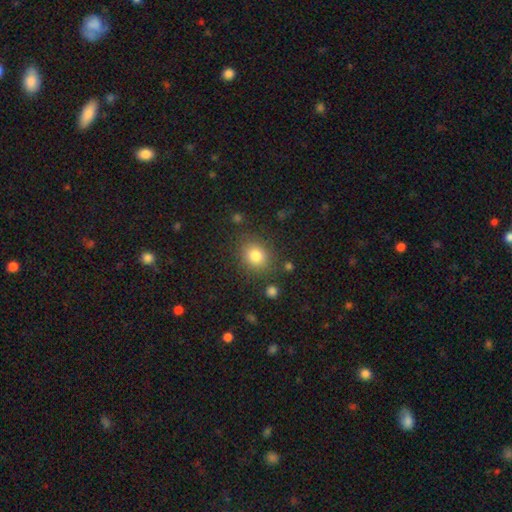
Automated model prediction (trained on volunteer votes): A smooth galaxy with no disk features (81%) that is round (69%). Merging: none (83%).